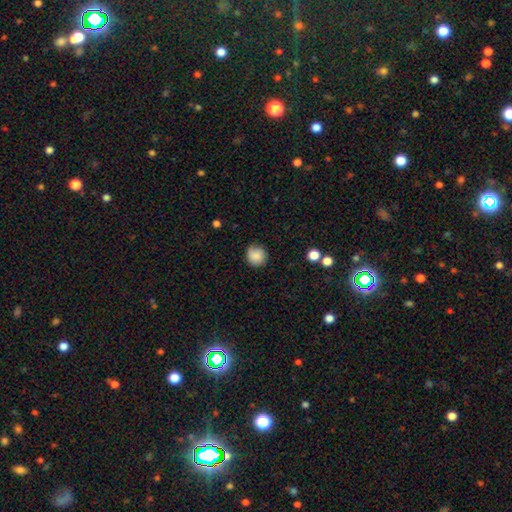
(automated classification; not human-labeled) smooth_or_featured: smooth (p=0.84) [alt: star or artifact p=0.08]
how_rounded: round (p=0.90) [alt: in between p=0.09]
merging: none (p=0.82) [alt: minor disturbance p=0.14]